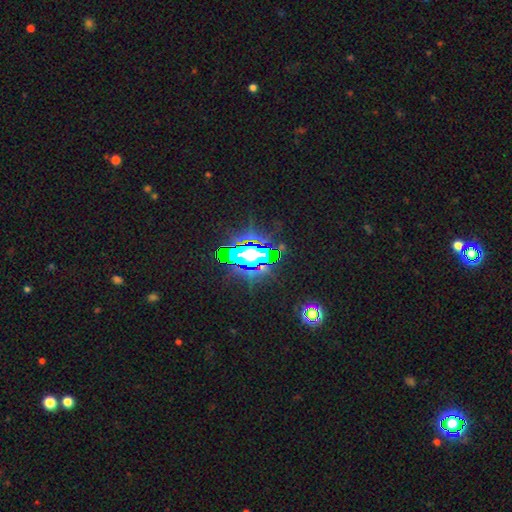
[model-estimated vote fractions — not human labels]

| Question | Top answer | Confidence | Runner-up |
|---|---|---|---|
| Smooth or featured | star or artifact | 69% | featured or disk (16%) |